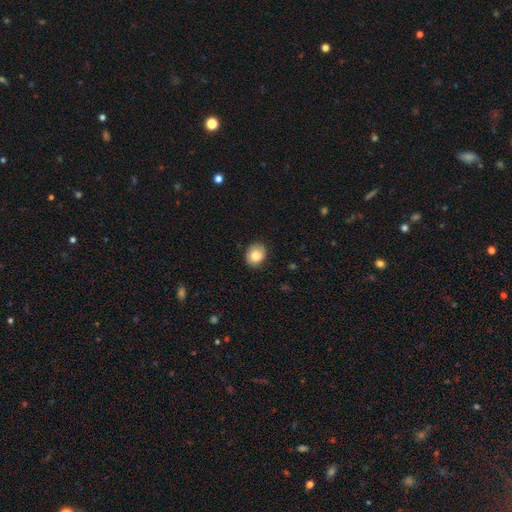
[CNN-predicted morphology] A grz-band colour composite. It shows a smooth galaxy with no disk features (83%) that is round (59%). Merging: none (82%).